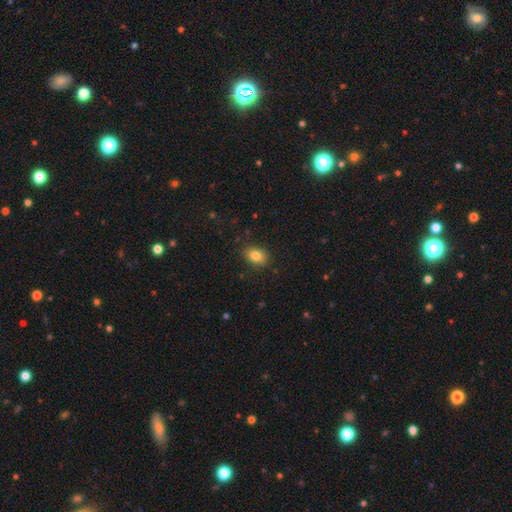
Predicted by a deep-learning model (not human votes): Smooth or featured?
  - smooth: 83% *
  - star or artifact: 10%
  - featured or disk: 8%
How rounded?
  - in between: 75% *
  - round: 24%
  - cigar-shaped: 1%
Merging?
  - none: 86% *
  - minor disturbance: 11%
  - major disturbance: 3%
  - merger: 1%